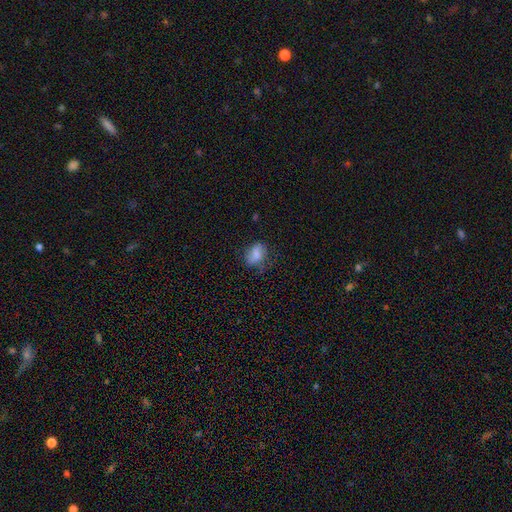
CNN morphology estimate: Q: Smooth or featured?
A: smooth (72%); runner-up: featured or disk (17%)
Q: How rounded?
A: in between (76%); runner-up: round (22%)
Q: Merging?
A: none (56%); runner-up: minor disturbance (29%)